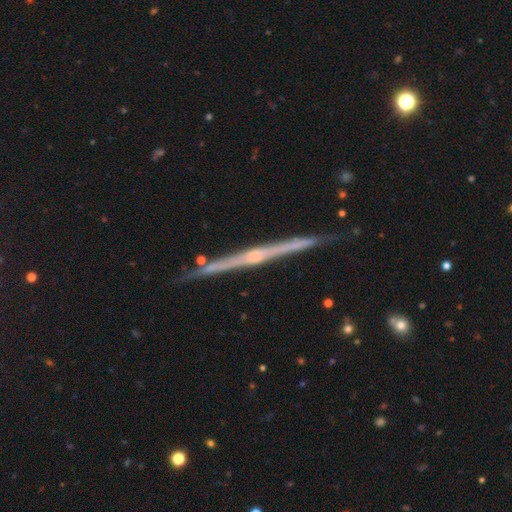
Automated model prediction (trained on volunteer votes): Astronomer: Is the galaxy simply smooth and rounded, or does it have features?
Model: featured or disk — 85%.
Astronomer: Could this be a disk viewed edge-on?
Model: yes — 98%.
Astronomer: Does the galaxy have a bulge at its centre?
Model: rounded — 66%.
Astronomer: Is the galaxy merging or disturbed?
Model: none — 88%.